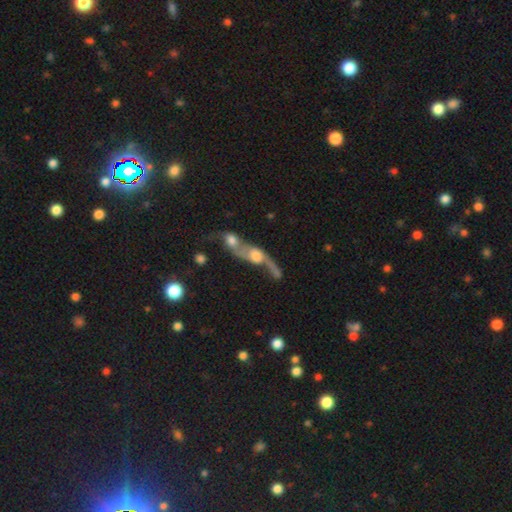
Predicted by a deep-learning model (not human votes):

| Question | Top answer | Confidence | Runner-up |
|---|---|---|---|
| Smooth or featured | featured or disk | 60% | smooth (30%) |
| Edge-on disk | no | 74% | yes (26%) |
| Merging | merger | 78% | none (9%) |